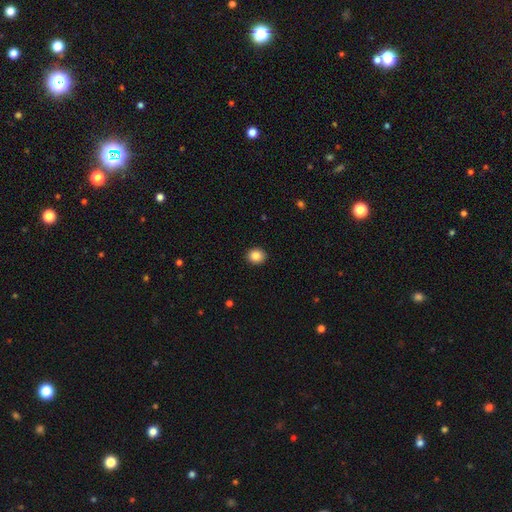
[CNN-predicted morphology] smooth-or-featured: smooth: 86% | star or artifact: 9% | featured or disk: 5%
  how-rounded: round: 73% | in between: 26% | cigar-shaped: 1%
  merging: none: 91% | minor disturbance: 6% | major disturbance: 2% | merger: 1%